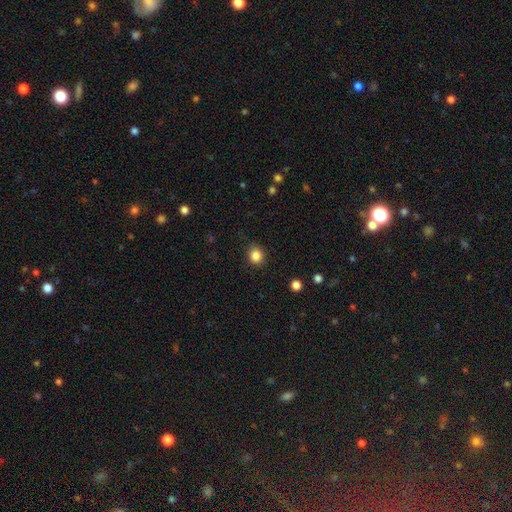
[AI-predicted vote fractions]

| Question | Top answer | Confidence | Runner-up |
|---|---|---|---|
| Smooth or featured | smooth | 85% | star or artifact (11%) |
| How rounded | round | 80% | in between (19%) |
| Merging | none | 87% | minor disturbance (10%) |